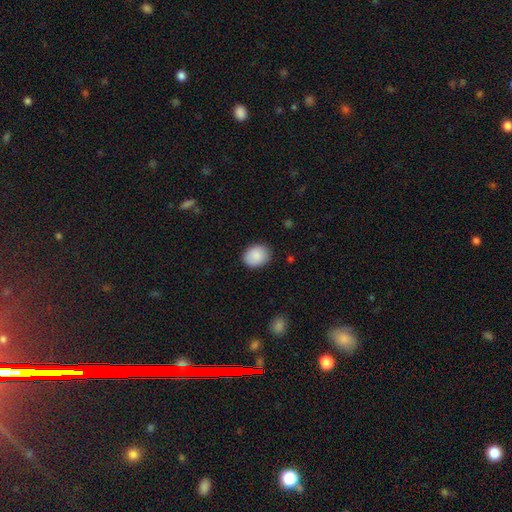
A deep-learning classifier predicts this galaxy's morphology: type=smooth (89%); roundness=in between (52%); merging=none (86%).